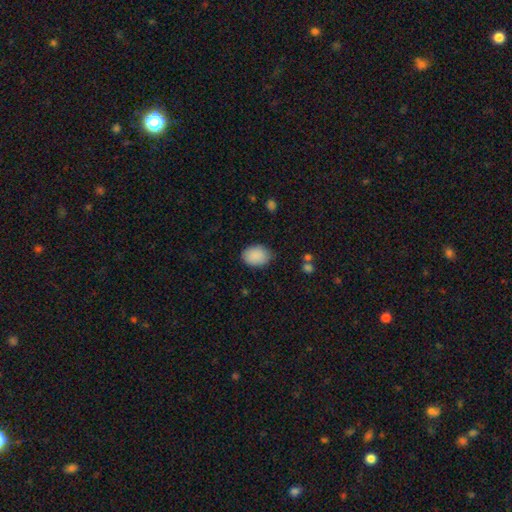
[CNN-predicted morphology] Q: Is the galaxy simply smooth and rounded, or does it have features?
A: smooth — 90%.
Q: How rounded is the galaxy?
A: in between — 72%.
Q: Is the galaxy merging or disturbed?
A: none — 83%.